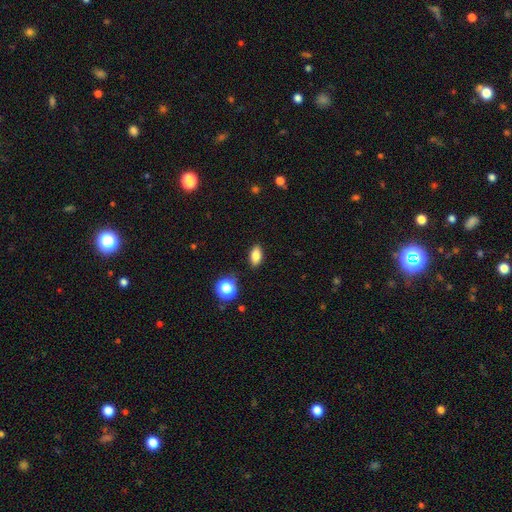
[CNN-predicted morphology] smooth 81%, star or artifact 10%, featured or disk 9%. Down the decision tree: how rounded — in between (85%); merging — none (87%).